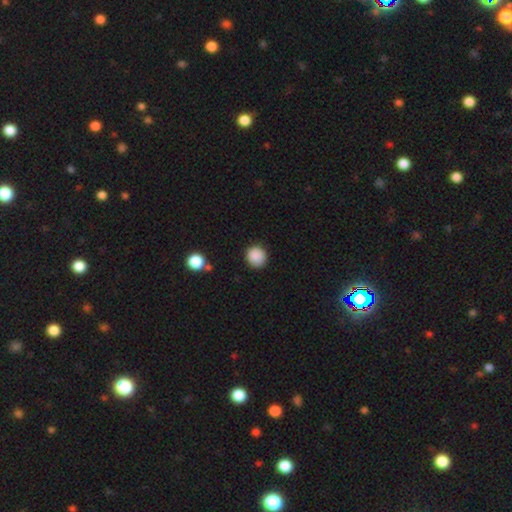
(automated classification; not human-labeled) A smooth galaxy with no disk features (88%) that is round (92%).

Vote fractions:
- Smooth or featured? smooth: 88% / star or artifact: 9% / featured or disk: 3%
- How rounded? round: 92% / in between: 7% / cigar-shaped: 1%
- Merging? none: 88% / minor disturbance: 8% / major disturbance: 2% / merger: 2%